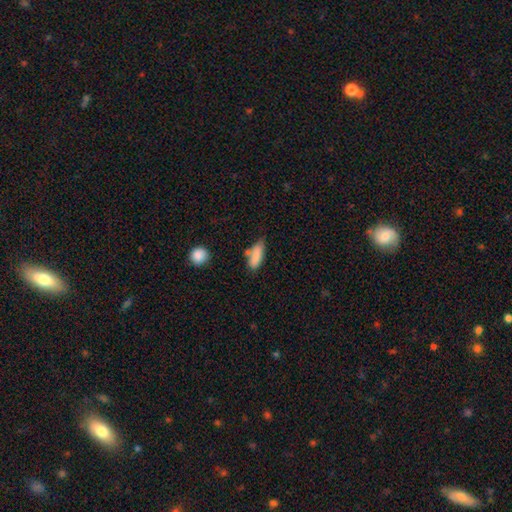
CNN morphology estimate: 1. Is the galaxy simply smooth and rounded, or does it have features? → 84% smooth, 9% featured or disk, 7% star or artifact.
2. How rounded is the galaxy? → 67% in between, 31% cigar-shaped, 2% round.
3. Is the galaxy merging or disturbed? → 52% none, 31% minor disturbance, 10% merger, 7% major disturbance.